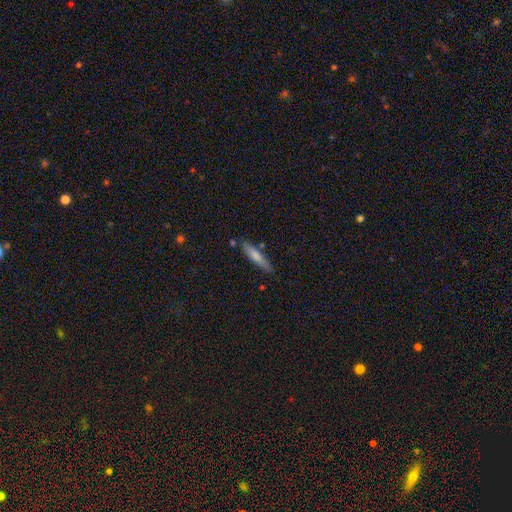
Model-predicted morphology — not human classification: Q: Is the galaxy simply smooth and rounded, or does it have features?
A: smooth — 73%.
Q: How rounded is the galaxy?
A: cigar-shaped — 85%.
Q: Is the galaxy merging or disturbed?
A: none — 80%.